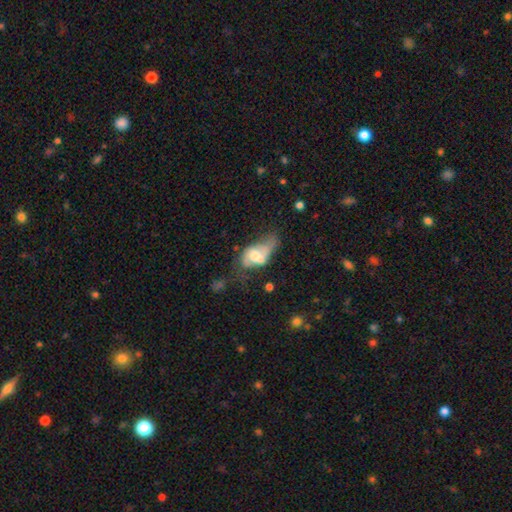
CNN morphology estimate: Q: Smooth or featured?
A: featured or disk (54%); runner-up: smooth (37%)
Q: Edge-on disk?
A: no (94%); runner-up: yes (6%)
Q: Bar?
A: no (61%); runner-up: weak (31%)
Q: Spiral arms?
A: yes (58%); runner-up: no (42%)
Q: Bulge size?
A: moderate (48%); runner-up: small (20%)
Q: Merging?
A: major disturbance (35%); runner-up: merger (23%)